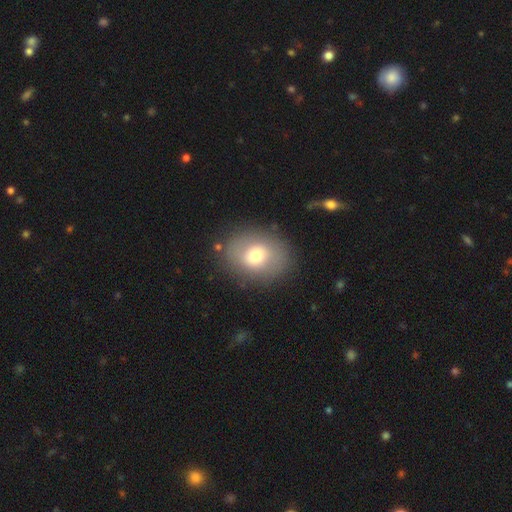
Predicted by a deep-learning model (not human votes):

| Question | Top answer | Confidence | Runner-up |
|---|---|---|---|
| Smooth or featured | smooth | 68% | featured or disk (22%) |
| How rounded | round | 55% | in between (44%) |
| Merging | none | 83% | minor disturbance (11%) |